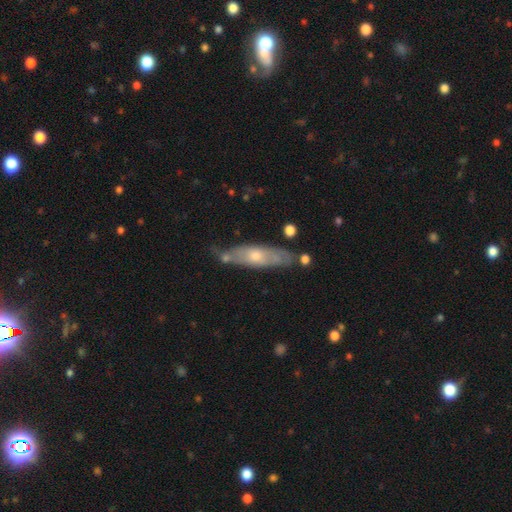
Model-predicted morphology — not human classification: Overall: featured or disk (55%; smooth 39%). Edge-on disk: no (53%; yes 47%). Merging: none (62%; minor disturbance 23%).